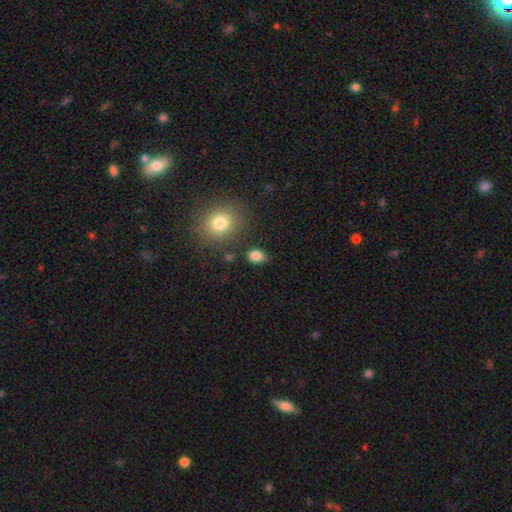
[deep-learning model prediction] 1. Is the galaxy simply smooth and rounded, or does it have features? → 84% smooth, 11% star or artifact, 5% featured or disk.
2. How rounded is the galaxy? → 57% in between, 42% round, 1% cigar-shaped.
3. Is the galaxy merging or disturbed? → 76% none, 15% minor disturbance, 5% merger, 4% major disturbance.